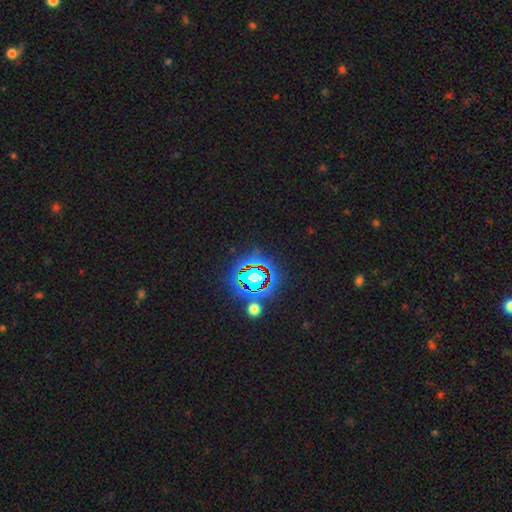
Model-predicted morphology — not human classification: Smooth or featured? Predicted: star or artifact (p=0.81).